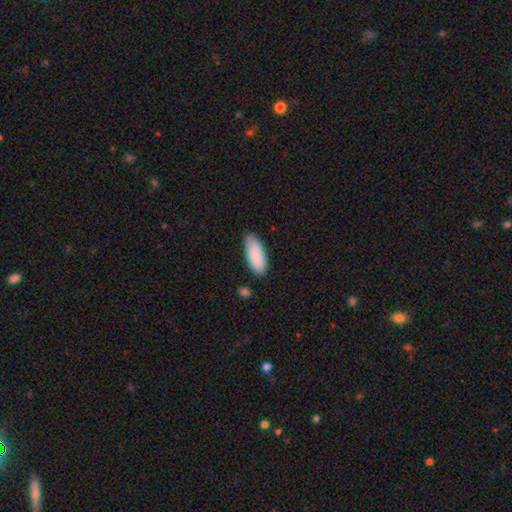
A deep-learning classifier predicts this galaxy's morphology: A smooth galaxy with no disk features (88%) that is in between round and cigar-shaped (82%). Merging: none (82%).